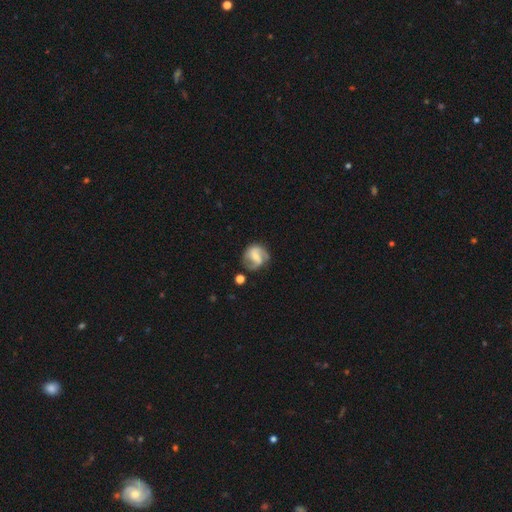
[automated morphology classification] Smooth or featured?
  - featured or disk: 72% *
  - smooth: 22%
  - star or artifact: 7%
Edge-on disk?
  - no: 97% *
  - yes: 3%
Bar?
  - weak: 45% *
  - no: 28%
  - strong: 27%
Spiral arms?
  - yes: 91% *
  - no: 9%
Spiral winding?
  - medium: 47% *
  - tight: 27%
  - loose: 26%
Spiral arm count?
  - 2: 76% *
  - can't tell: 9%
  - 1: 7%
  - 3: 5%
  - 4: 1%
  - more than 4: 1%
Bulge size?
  - small: 48% *
  - moderate: 36%
  - none: 11%
  - large: 4%
  - dominant: 1%
Merging?
  - none: 64% *
  - minor disturbance: 21%
  - major disturbance: 10%
  - merger: 5%